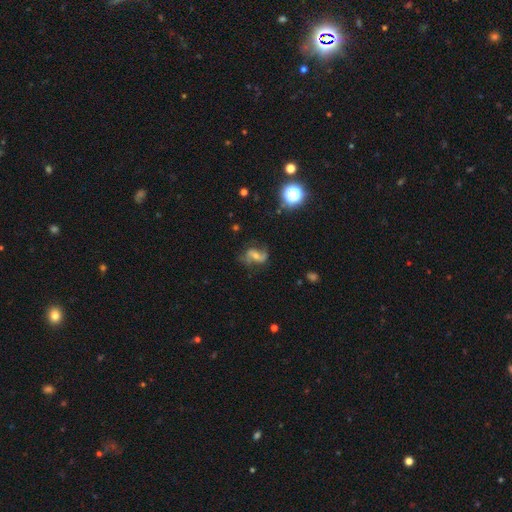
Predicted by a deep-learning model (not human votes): Smooth or featured? Predicted: featured or disk (p=0.71). Edge-on disk? Predicted: no (p=0.96). Bar? Predicted: weak (p=0.40). Spiral arms? Predicted: yes (p=0.89). Spiral winding? Predicted: loose (p=0.60). Spiral arm count? Predicted: 2 (p=0.86). Bulge size? Predicted: moderate (p=0.47). Merging? Predicted: none (p=0.65).